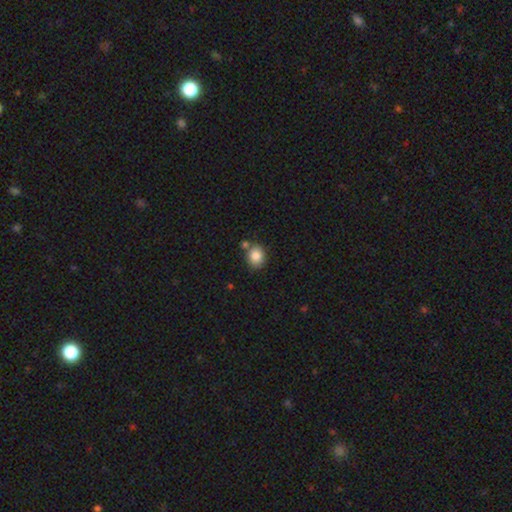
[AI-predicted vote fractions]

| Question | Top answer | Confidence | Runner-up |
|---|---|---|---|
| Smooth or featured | smooth | 85% | star or artifact (9%) |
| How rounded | round | 61% | in between (38%) |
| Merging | none | 68% | merger (16%) |